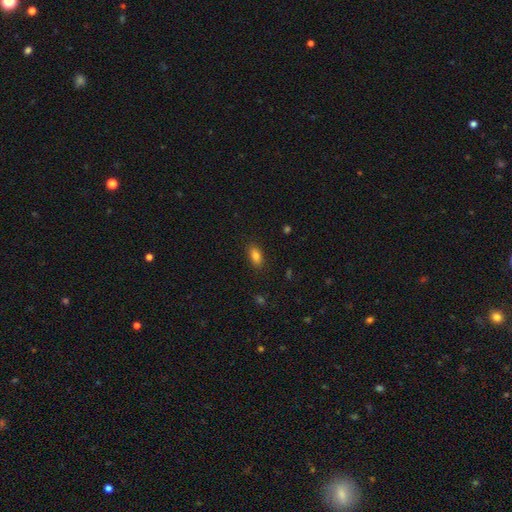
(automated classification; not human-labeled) smooth 84%, star or artifact 9%, featured or disk 7%. Down the decision tree: how rounded — in between (88%); merging — none (87%).